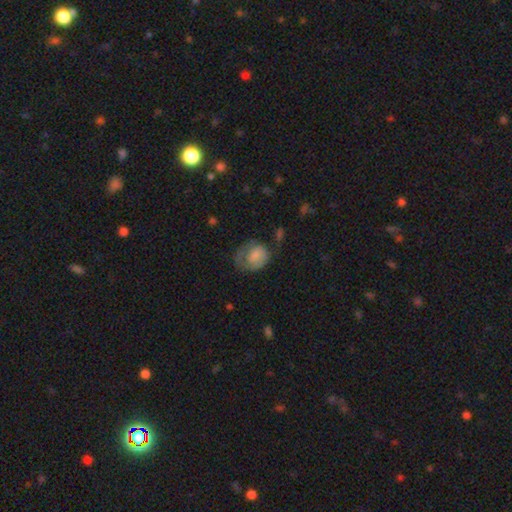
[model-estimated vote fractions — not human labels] Smooth or featured? Predicted: smooth (p=0.68). How rounded? Predicted: round (p=0.54). Merging? Predicted: none (p=0.34).